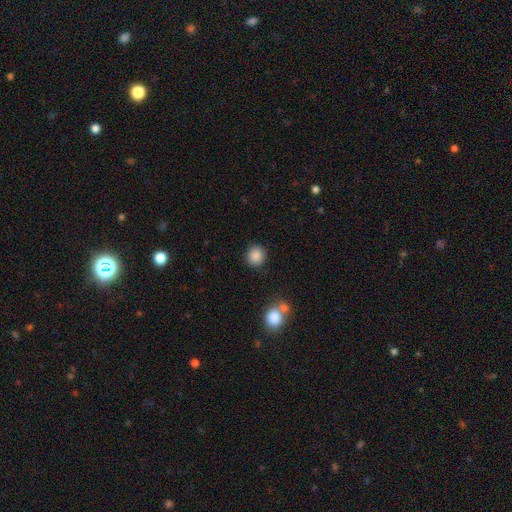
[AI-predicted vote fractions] A smooth galaxy with no disk features (88%) that is round (89%). Merging: none (88%).